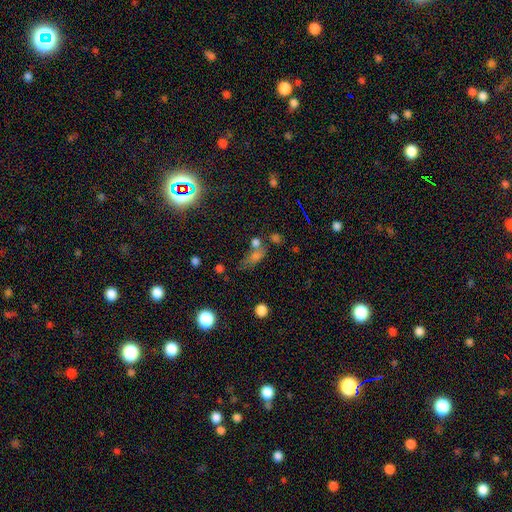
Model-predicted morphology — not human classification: Overall: smooth (57%; star or artifact 26%). How rounded: in between (59%; cigar-shaped 23%). Merging: none (46%; merger 25%).